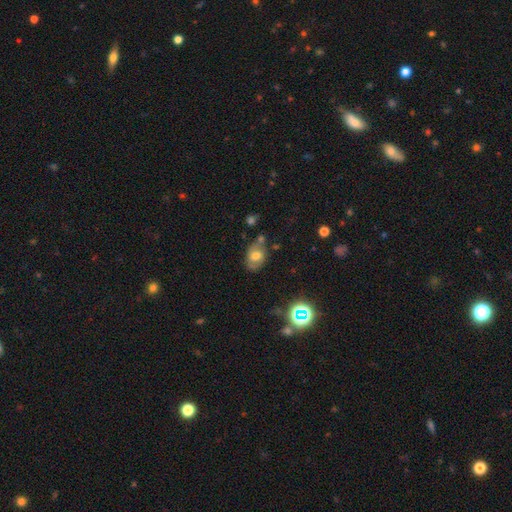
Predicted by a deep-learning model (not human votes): A smooth galaxy with no disk features (63%) that is in between round and cigar-shaped (74%). Merging: none (63%).